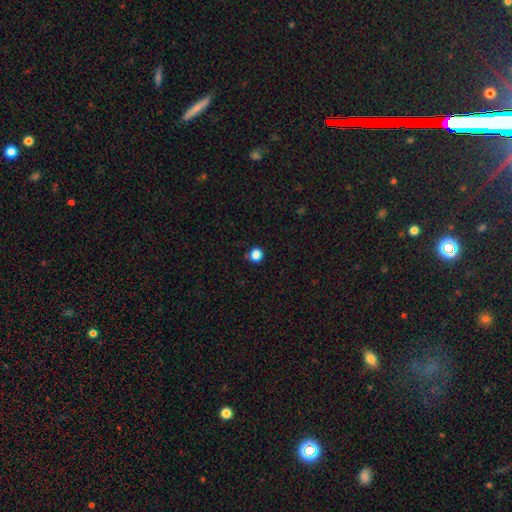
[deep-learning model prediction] Smooth or featured? smooth (82%)
How rounded? round (86%)
Merging? none (80%)